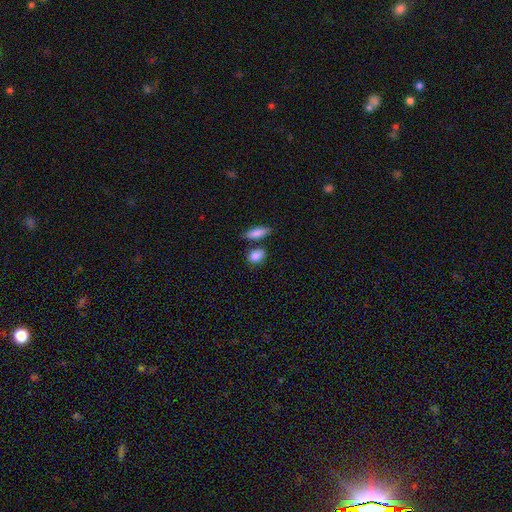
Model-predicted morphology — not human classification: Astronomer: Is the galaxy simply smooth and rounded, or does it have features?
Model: smooth — 88%.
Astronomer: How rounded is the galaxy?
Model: in between — 72%.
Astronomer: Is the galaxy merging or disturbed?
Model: none — 67%.